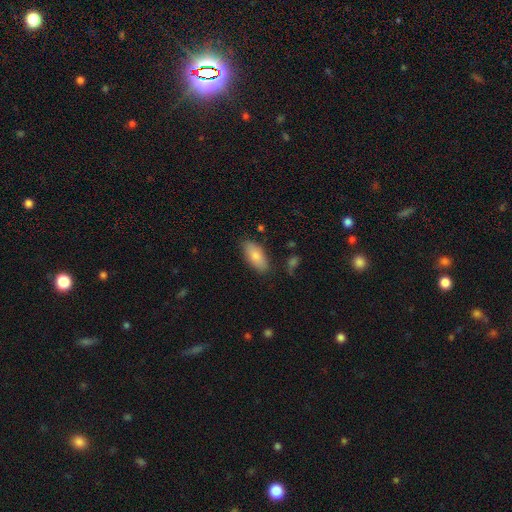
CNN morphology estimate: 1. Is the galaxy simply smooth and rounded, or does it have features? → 81% smooth, 12% featured or disk, 6% star or artifact.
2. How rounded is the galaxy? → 87% in between, 11% cigar-shaped, 2% round.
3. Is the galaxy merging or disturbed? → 82% none, 13% minor disturbance, 3% major disturbance, 2% merger.